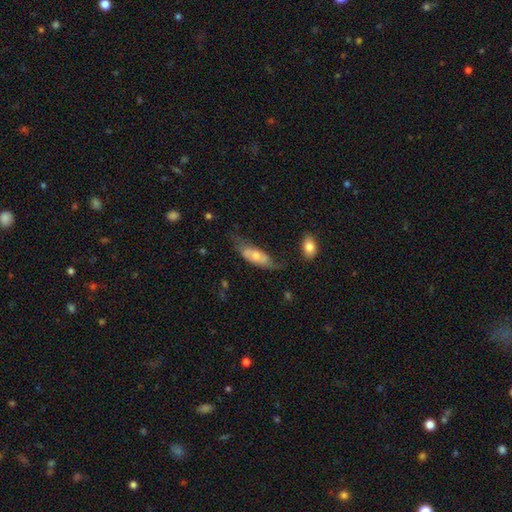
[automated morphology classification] The model was most divided on "merging": none: 39%, minor disturbance: 35%, major disturbance: 22%, merger: 5%. More confident: how rounded — in between (69%); smooth or featured — smooth (57%).